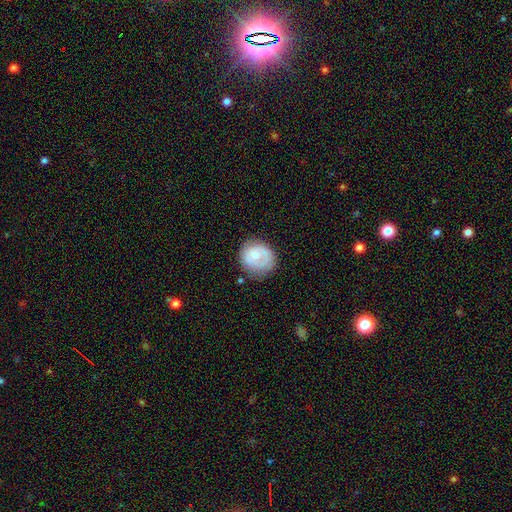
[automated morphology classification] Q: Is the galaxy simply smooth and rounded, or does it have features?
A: smooth — 57%.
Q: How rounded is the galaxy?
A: round — 82%.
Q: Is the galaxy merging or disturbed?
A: none — 66%.